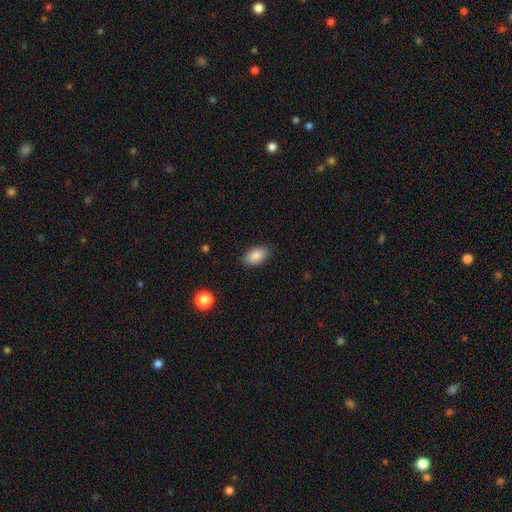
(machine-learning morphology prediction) Smooth or featured?
  - smooth: 87% *
  - star or artifact: 7%
  - featured or disk: 5%
How rounded?
  - in between: 93% *
  - round: 5%
  - cigar-shaped: 2%
Merging?
  - none: 86% *
  - minor disturbance: 11%
  - major disturbance: 3%
  - merger: 1%